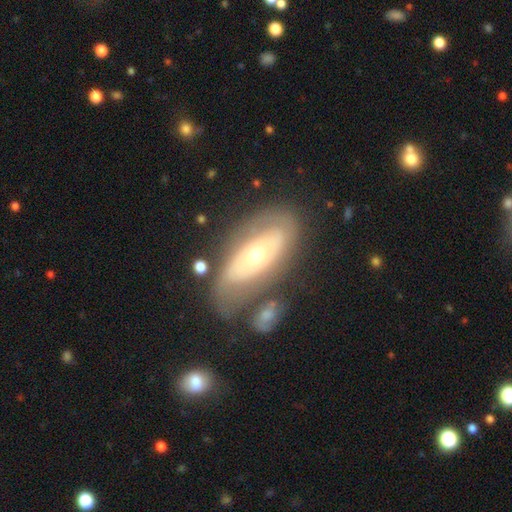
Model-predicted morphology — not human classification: smooth_or_featured: featured or disk (p=0.63) [alt: smooth p=0.31]
disk_edge_on: no (p=0.88) [alt: yes p=0.12]
bar: no (p=0.77) [alt: weak p=0.14]
has_spiral_arms: no (p=0.54) [alt: yes p=0.46]
bulge_size: moderate (p=0.50) [alt: small p=0.44]
merging: none (p=0.61) [alt: minor disturbance p=0.18]